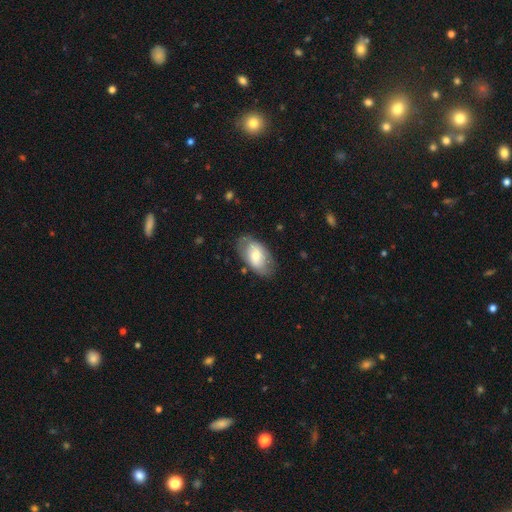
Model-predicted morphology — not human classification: smooth_or_featured: smooth (p=0.61) [alt: featured or disk p=0.33]
how_rounded: in between (p=0.93) [alt: round p=0.05]
merging: none (p=0.74) [alt: minor disturbance p=0.18]